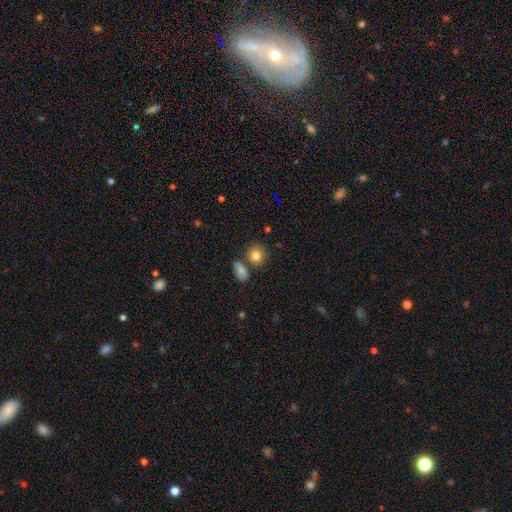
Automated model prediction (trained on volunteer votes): smooth_or_featured: smooth (p=0.82) [alt: star or artifact p=0.10]
how_rounded: round (p=0.75) [alt: in between p=0.23]
merging: none (p=0.68) [alt: merger p=0.18]